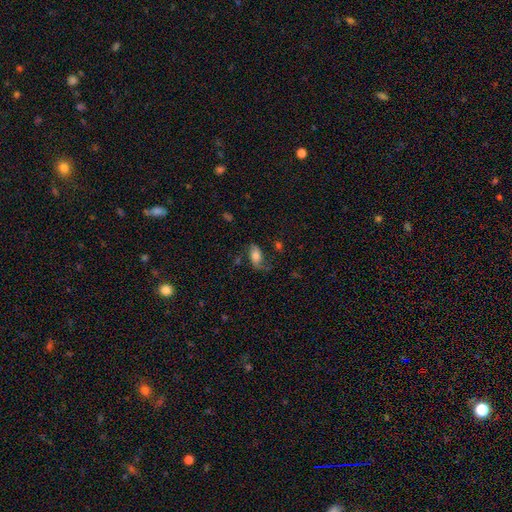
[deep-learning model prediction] smooth-or-featured: smooth: 55% | featured or disk: 36% | star or artifact: 9%
  how-rounded: in between: 88% | round: 7% | cigar-shaped: 5%
  merging: none: 56% | minor disturbance: 24% | major disturbance: 18% | merger: 3%